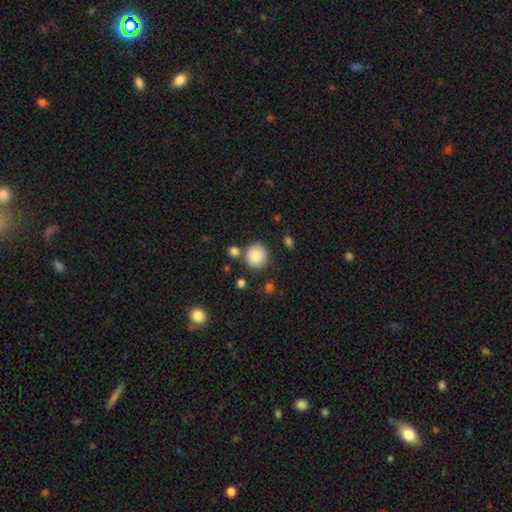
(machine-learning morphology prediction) Overall: smooth (86%). How rounded: round (90%). Merging: none (79%).